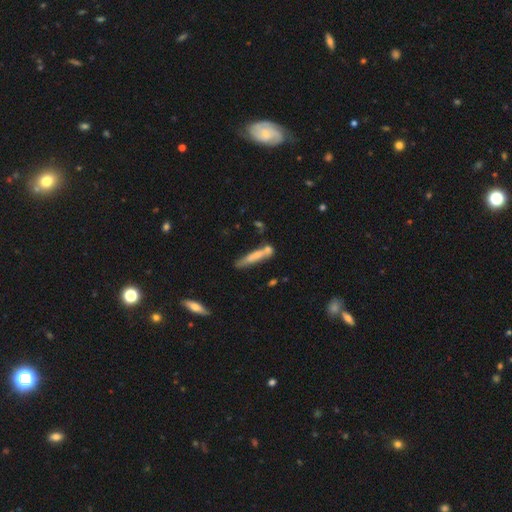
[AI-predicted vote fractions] smooth 62%, featured or disk 31%, star or artifact 7%. Down the decision tree: how rounded — cigar-shaped (88%); merging — none (53%).